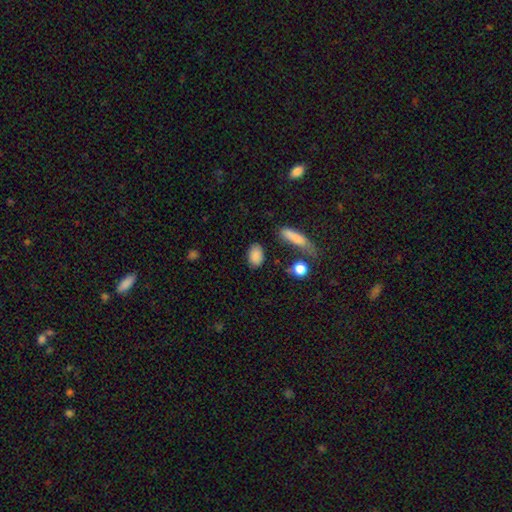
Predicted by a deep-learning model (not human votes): A smooth galaxy with no disk features (87%) that is in between round and cigar-shaped (82%).

Vote fractions:
- Smooth or featured? smooth: 87% / star or artifact: 8% / featured or disk: 6%
- How rounded? in between: 82% / round: 14% / cigar-shaped: 4%
- Merging? none: 79% / minor disturbance: 13% / merger: 5% / major disturbance: 4%